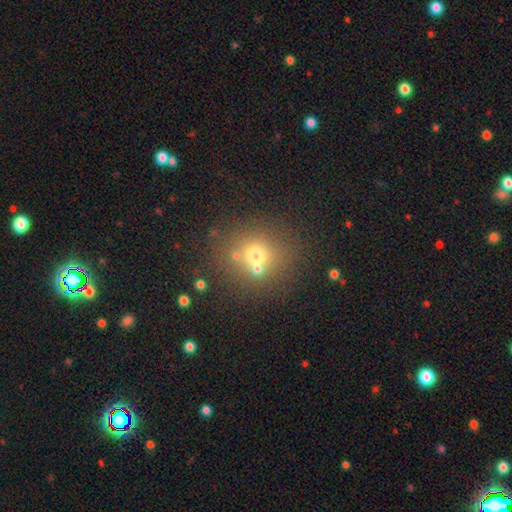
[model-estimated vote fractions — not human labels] The model was most divided on "smooth or featured": smooth: 64%, star or artifact: 21%, featured or disk: 15%. More confident: how rounded — round (84%); merging — none (66%).